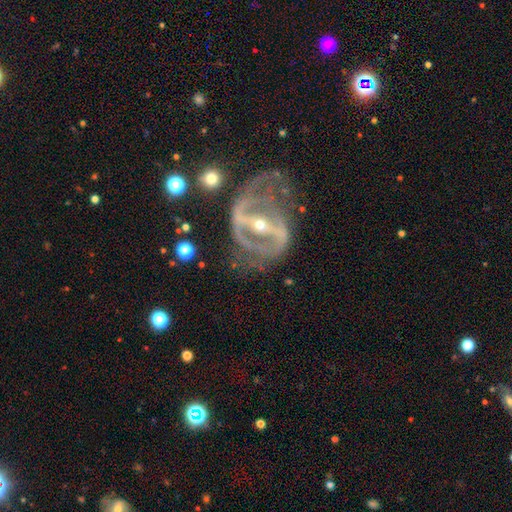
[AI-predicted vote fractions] A featured or disk galaxy (89%) with a strong bar (76%), 2 (69%) medium (45%) spiral arms (90%) and a small central bulge (57%). Merging: none (54%).